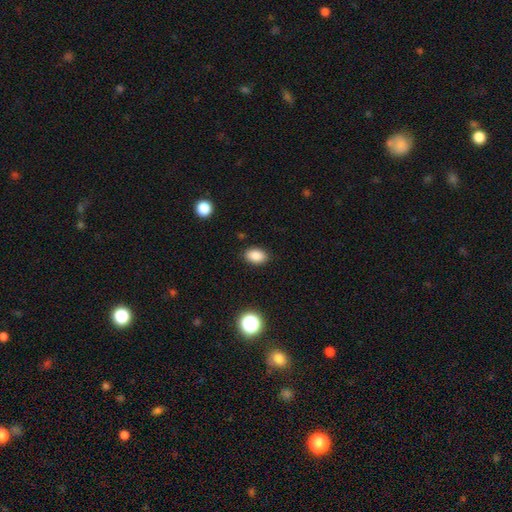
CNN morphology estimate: type=smooth (86%); roundness=in between (85%); merging=none (86%).